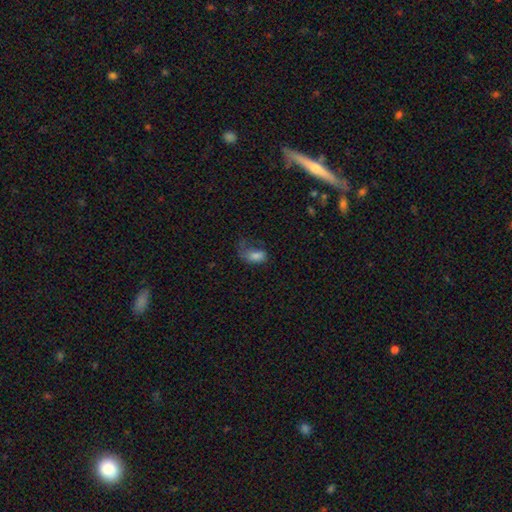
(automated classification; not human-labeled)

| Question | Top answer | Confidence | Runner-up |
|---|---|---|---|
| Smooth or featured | smooth | 70% | featured or disk (19%) |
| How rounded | in between | 89% | round (8%) |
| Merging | major disturbance | 55% | minor disturbance (20%) |